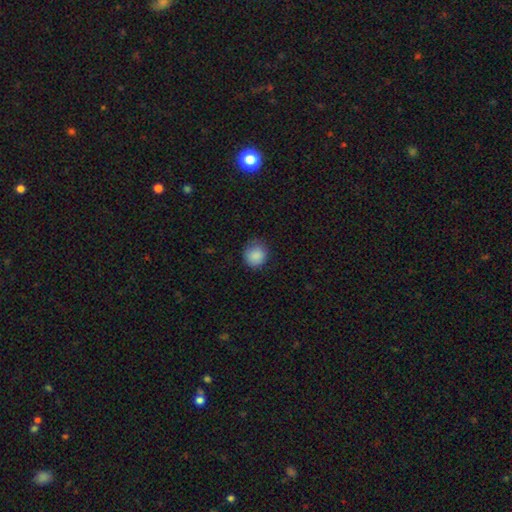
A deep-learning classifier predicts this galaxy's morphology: type=smooth (87%); roundness=round (87%); merging=none (74%).